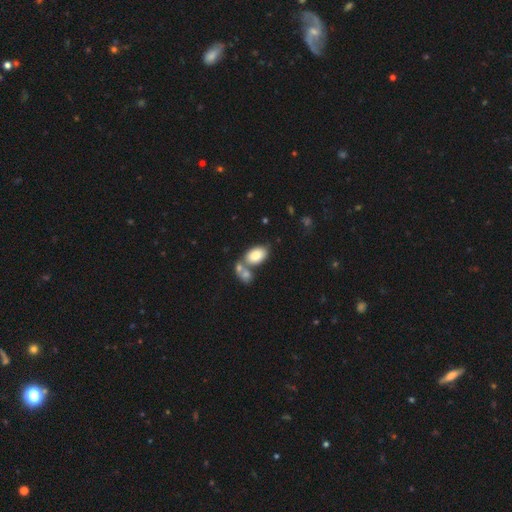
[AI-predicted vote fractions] smooth-or-featured: smooth: 81% | featured or disk: 12% | star or artifact: 7%
  how-rounded: in between: 92% | round: 7% | cigar-shaped: 1%
  merging: none: 43% | merger: 40% | minor disturbance: 12% | major disturbance: 5%